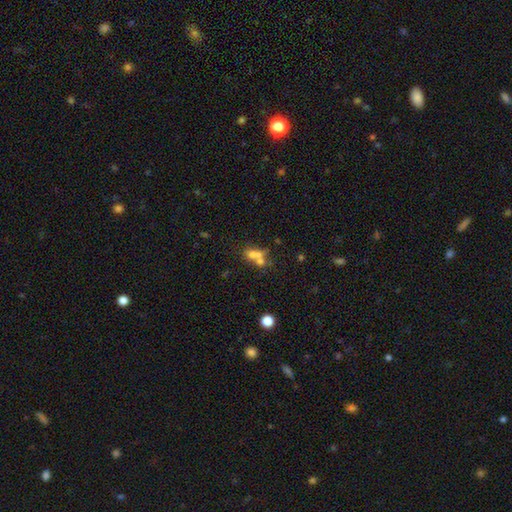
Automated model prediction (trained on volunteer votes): This appears to be a smooth galaxy with no disk features (57%) that is round (54%). Merging: merger (58%).